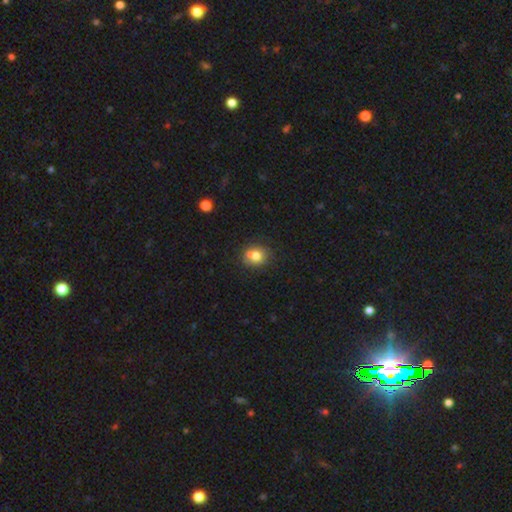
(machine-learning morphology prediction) The model was most divided on "merging": none: 59%, merger: 18%, minor disturbance: 17%, major disturbance: 5%. More confident: smooth or featured — smooth (72%); how rounded — round (71%).